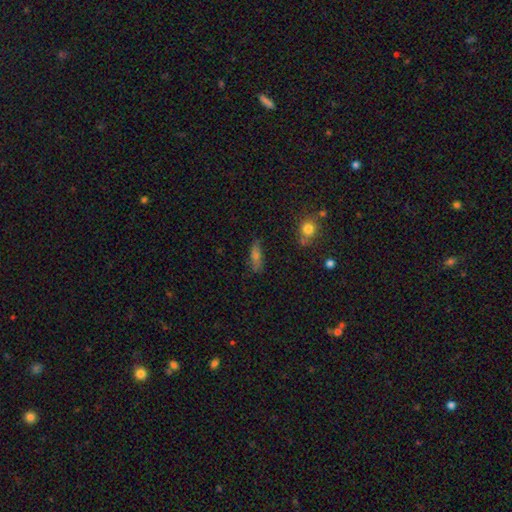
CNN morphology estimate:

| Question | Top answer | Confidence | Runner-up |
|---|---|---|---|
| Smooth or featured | smooth | 57% | featured or disk (28%) |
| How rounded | cigar-shaped | 54% | in between (40%) |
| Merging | none | 74% | minor disturbance (18%) |